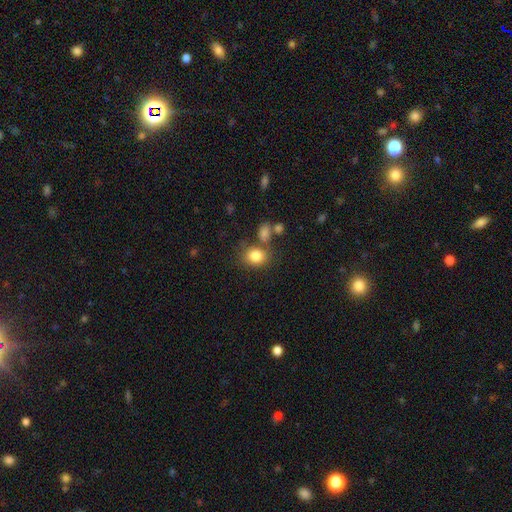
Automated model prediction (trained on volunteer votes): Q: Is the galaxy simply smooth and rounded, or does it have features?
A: smooth — 82%.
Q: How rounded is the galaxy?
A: round — 52%.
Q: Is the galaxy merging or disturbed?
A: none — 65%.